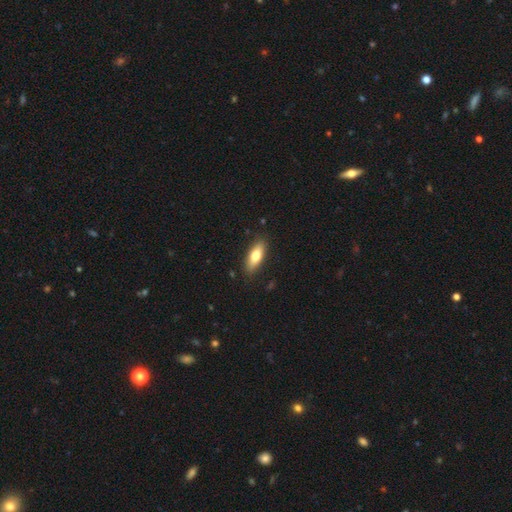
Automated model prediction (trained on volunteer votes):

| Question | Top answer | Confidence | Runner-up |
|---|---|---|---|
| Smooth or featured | smooth | 72% | featured or disk (22%) |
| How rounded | in between | 68% | cigar-shaped (29%) |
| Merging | none | 86% | minor disturbance (10%) |